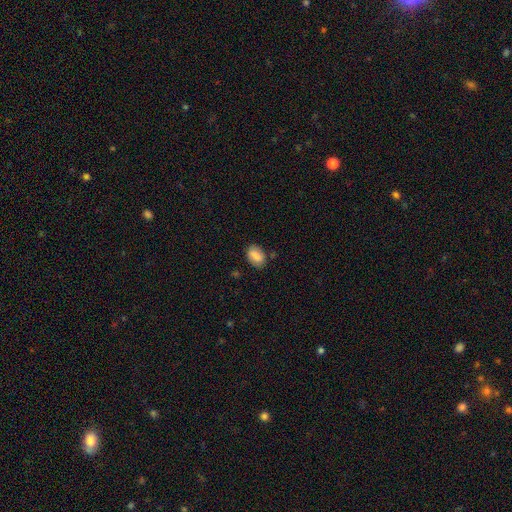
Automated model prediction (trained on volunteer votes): Smooth or featured? Predicted: smooth (p=0.83). How rounded? Predicted: in between (p=0.87). Merging? Predicted: none (p=0.78).